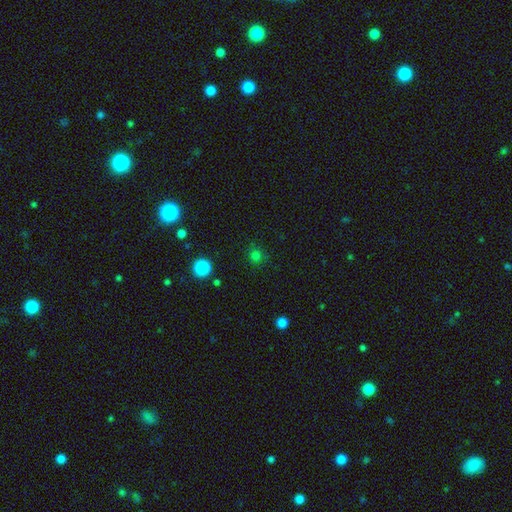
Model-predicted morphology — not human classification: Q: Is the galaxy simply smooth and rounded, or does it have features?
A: smooth — 73%.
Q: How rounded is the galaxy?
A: round — 92%.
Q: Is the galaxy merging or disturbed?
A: none — 85%.